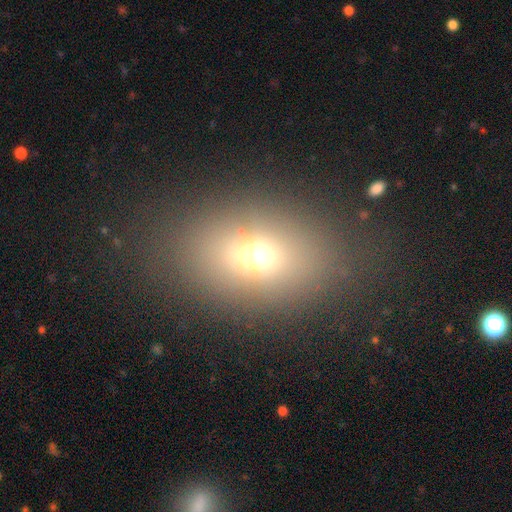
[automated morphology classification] A smooth galaxy with no disk features (66%) that is in between round and cigar-shaped (75%).

Vote fractions:
- Smooth or featured? smooth: 66% / star or artifact: 18% / featured or disk: 16%
- How rounded? in between: 75% / round: 23% / cigar-shaped: 2%
- Merging? none: 81% / minor disturbance: 11% / major disturbance: 7% / merger: 2%